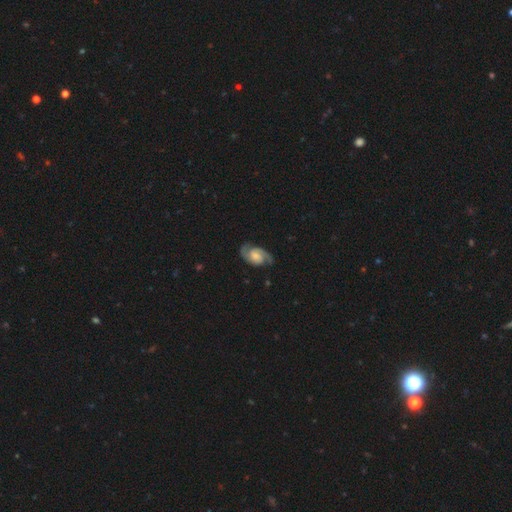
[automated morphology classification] This appears to be a featured or disk galaxy (87%) with no bar (56%), 2 (93%) medium (52%) spiral arms (98%) and a moderate central bulge (39%). Merging: none (81%).